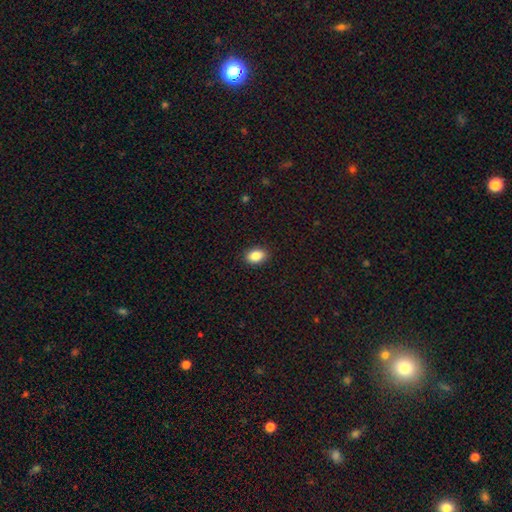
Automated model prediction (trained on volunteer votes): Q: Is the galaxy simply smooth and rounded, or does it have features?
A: smooth — 87%.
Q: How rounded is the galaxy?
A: in between — 82%.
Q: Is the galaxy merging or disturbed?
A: none — 90%.